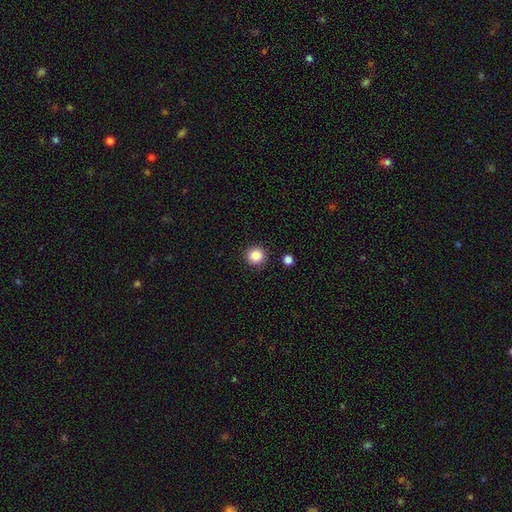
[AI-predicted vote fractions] smooth-or-featured: smooth: 87% | star or artifact: 10% | featured or disk: 3%
  how-rounded: round: 94% | in between: 5% | cigar-shaped: 1%
  merging: none: 89% | minor disturbance: 6% | major disturbance: 2% | merger: 2%